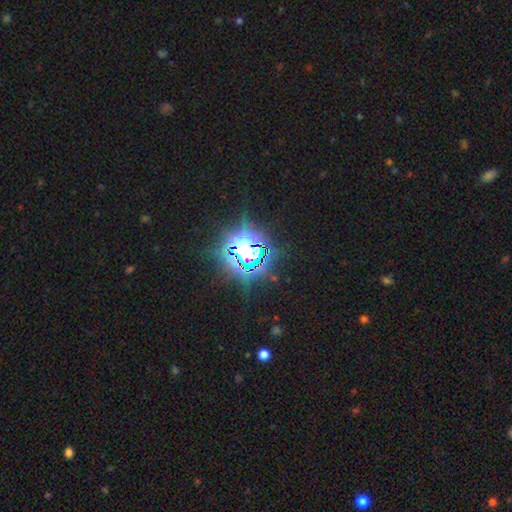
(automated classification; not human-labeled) This is likely a star or artifact rather than a galaxy (80%).